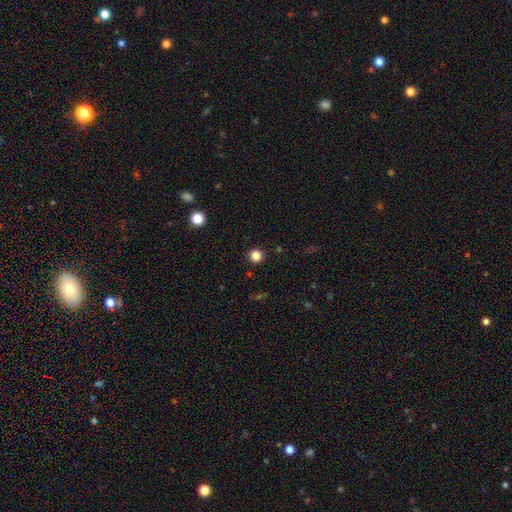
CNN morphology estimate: A smooth galaxy with no disk features (84%) that is round (95%). Merging: none (93%).